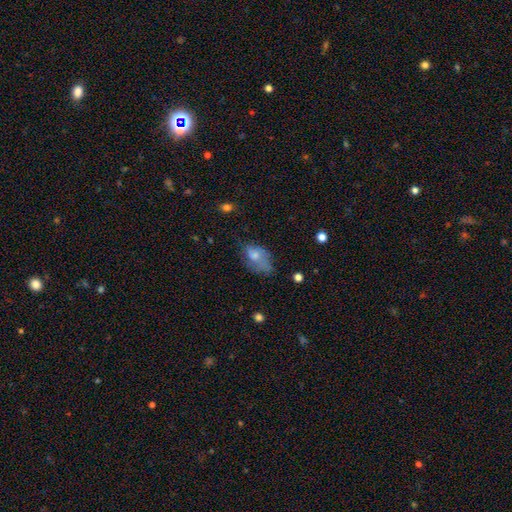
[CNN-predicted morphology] This is likely a smooth galaxy (63%). How rounded: clearly in between (86%). Merging: marginally none (34%).